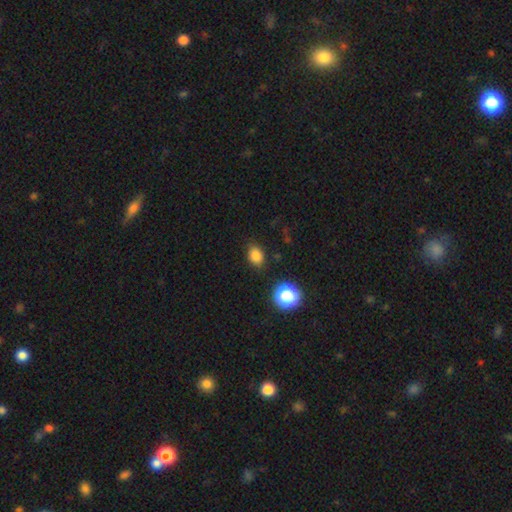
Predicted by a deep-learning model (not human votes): A smooth galaxy with no disk features (82%) that is in between round and cigar-shaped (61%).

Vote fractions:
- Smooth or featured? smooth: 82% / star or artifact: 14% / featured or disk: 4%
- How rounded? in between: 61% / round: 38% / cigar-shaped: 1%
- Merging? none: 82% / minor disturbance: 13% / major disturbance: 3% / merger: 2%